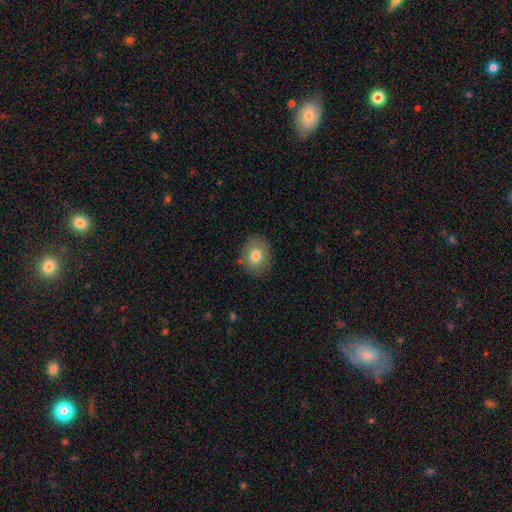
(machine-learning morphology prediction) type=smooth (77%); roundness=round (51%); merging=none (83%).